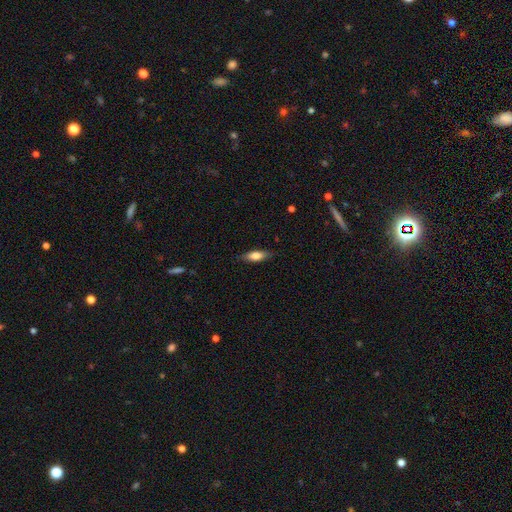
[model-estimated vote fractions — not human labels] Smooth or featured? Predicted: smooth (p=0.74). How rounded? Predicted: in between (p=0.62). Merging? Predicted: none (p=0.83).